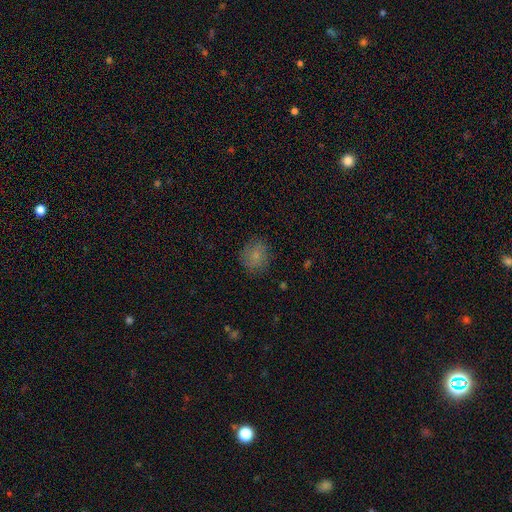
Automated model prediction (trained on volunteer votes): Smooth or featured? Predicted: smooth (p=0.77). How rounded? Predicted: round (p=0.80). Merging? Predicted: none (p=0.80).